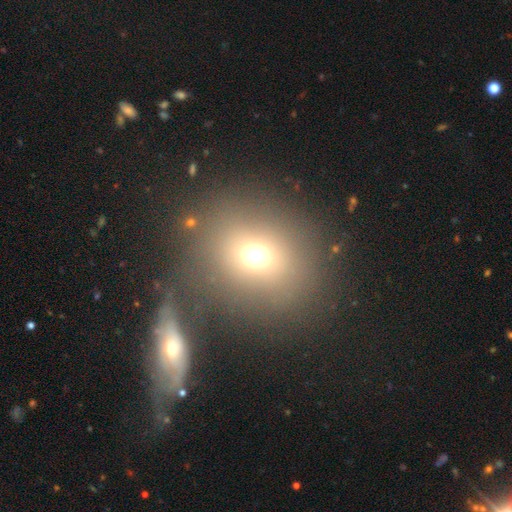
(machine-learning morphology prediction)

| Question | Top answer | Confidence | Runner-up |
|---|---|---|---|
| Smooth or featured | smooth | 69% | star or artifact (18%) |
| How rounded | round | 67% | in between (32%) |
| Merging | none | 65% | merger (16%) |